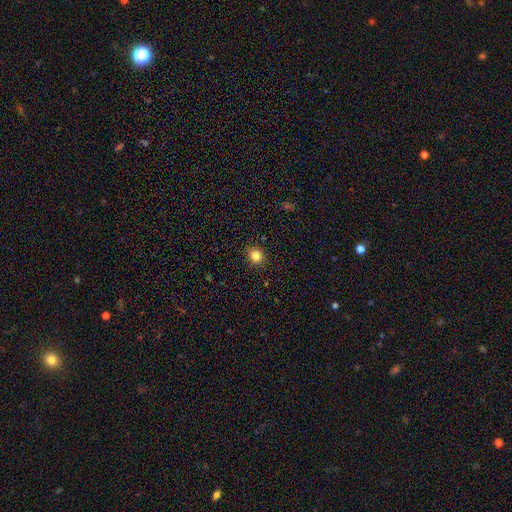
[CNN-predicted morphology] Smooth or featured: smooth — 83% (star or artifact — 12%)
How rounded: round — 85% (in between — 14%)
Merging: none — 89% (minor disturbance — 8%)